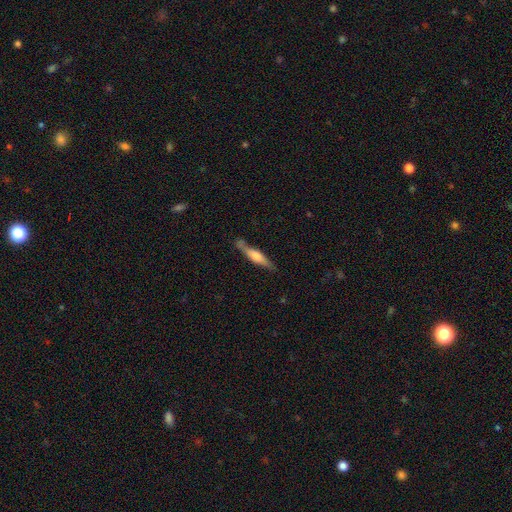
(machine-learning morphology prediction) Smooth or featured?
  - featured or disk: 55% *
  - smooth: 39%
  - star or artifact: 6%
Edge-on disk?
  - yes: 93% *
  - no: 7%
Edge-on bulge?
  - rounded: 62% *
  - boxy: 28%
  - none: 9%
Merging?
  - none: 75% *
  - minor disturbance: 17%
  - major disturbance: 4%
  - merger: 4%